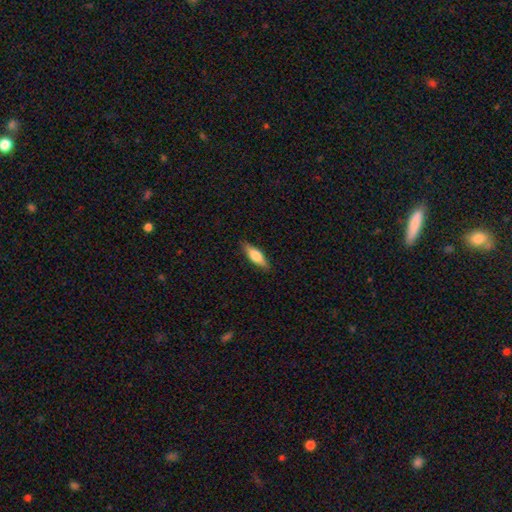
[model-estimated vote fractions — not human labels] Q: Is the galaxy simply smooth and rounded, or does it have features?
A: smooth — 67%.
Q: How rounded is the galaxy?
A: in between — 52%.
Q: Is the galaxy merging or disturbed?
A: none — 87%.